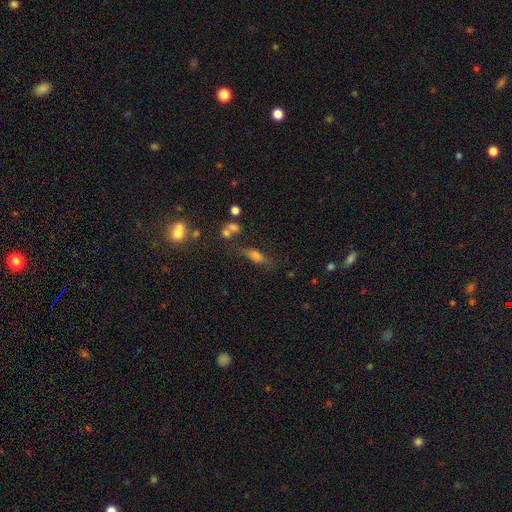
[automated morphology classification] Smooth or featured: smooth — 54% (featured or disk — 28%)
How rounded: in between — 51% (cigar-shaped — 41%)
Merging: none — 61% (minor disturbance — 19%)